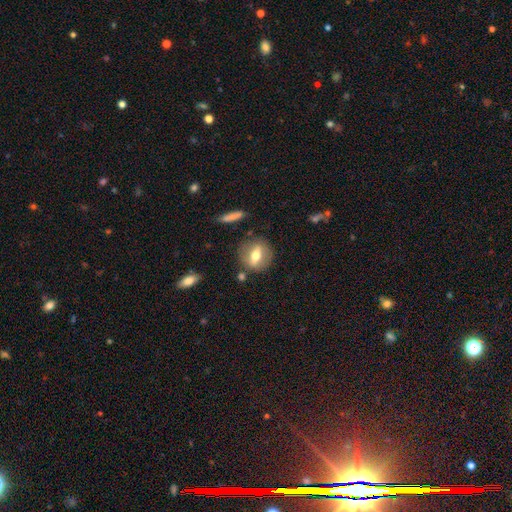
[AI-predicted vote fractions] Overall: smooth (49%; featured or disk 43%). Merging: none (79%).